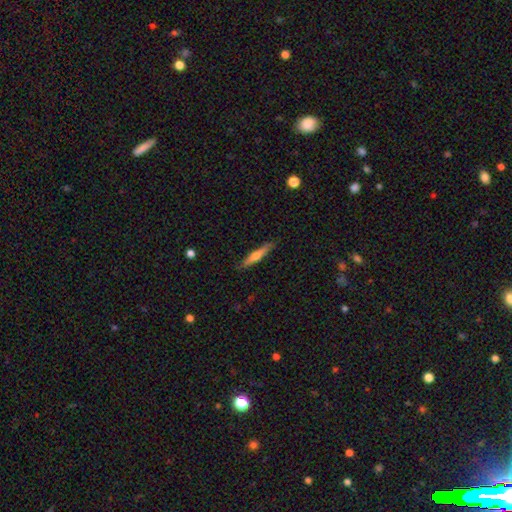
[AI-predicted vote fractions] Smooth or featured?
  - smooth: 53% *
  - featured or disk: 41%
  - star or artifact: 6%
How rounded?
  - cigar-shaped: 89% *
  - in between: 9%
  - round: 2%
Merging?
  - none: 85% *
  - minor disturbance: 11%
  - major disturbance: 2%
  - merger: 1%